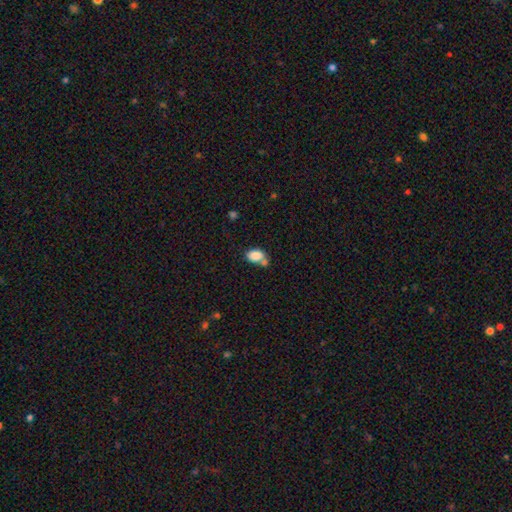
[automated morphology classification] Smooth or featured? smooth (84%)
How rounded? in between (84%)
Merging? none (42%)